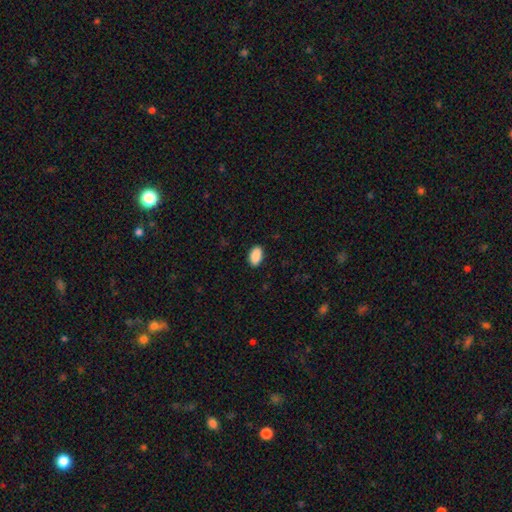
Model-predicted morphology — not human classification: Overall: smooth (90%). How rounded: in between (94%). Merging: none (89%).